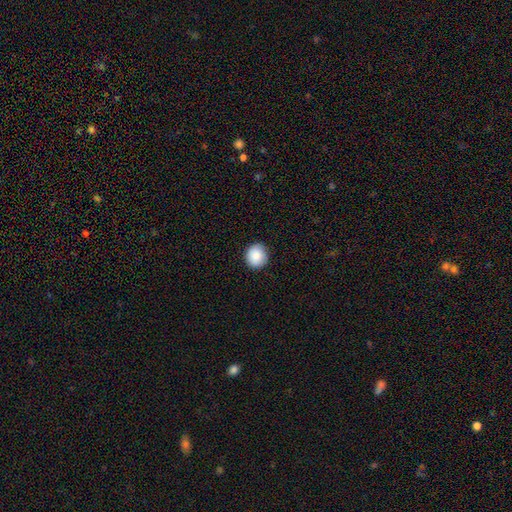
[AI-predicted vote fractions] Morphology: type=smooth (88%); roundness=round (88%); merging=none (89%).